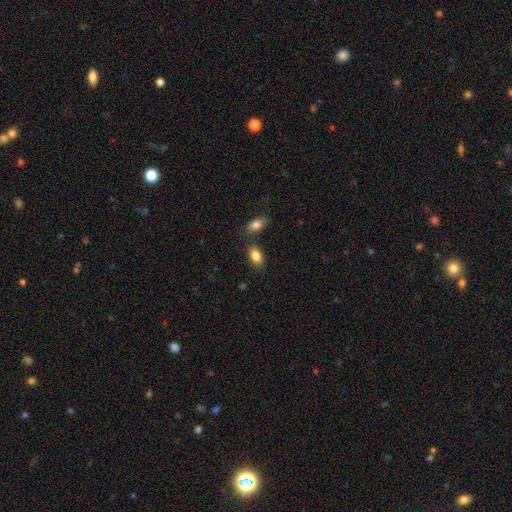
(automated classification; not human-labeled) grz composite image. It shows a smooth galaxy with no disk features (86%) that is in between round and cigar-shaped (91%). Merging: none (76%).